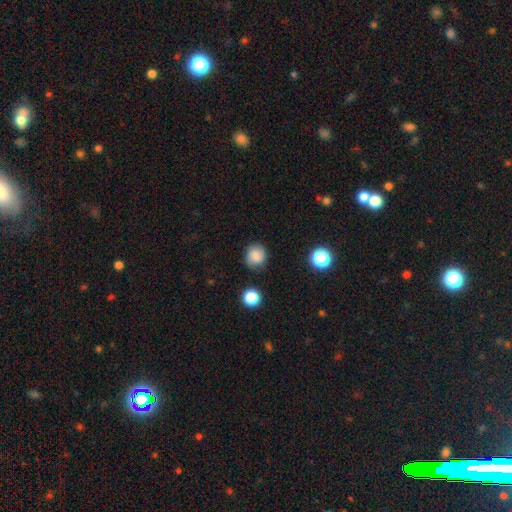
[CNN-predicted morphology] type=smooth (77%); roundness=round (82%); merging=none (79%).